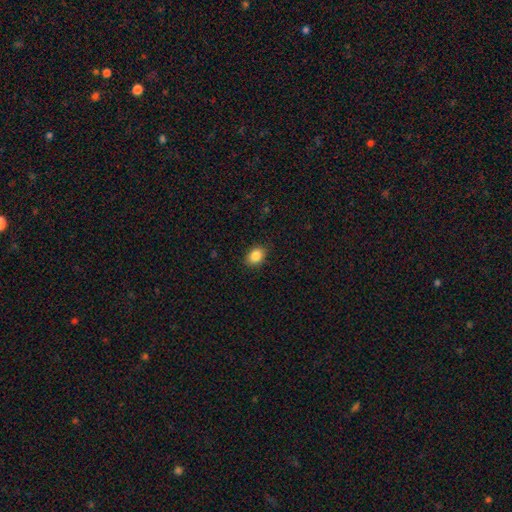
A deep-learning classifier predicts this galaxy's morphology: type=smooth (87%); roundness=in between (72%); merging=none (87%).